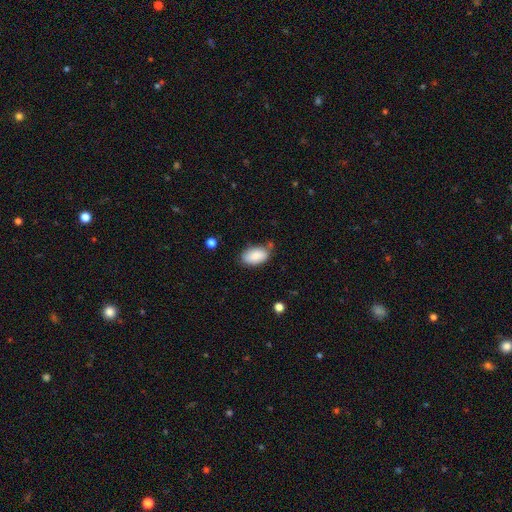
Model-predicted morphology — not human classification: type=smooth (86%); roundness=in between (94%); merging=none (70%).